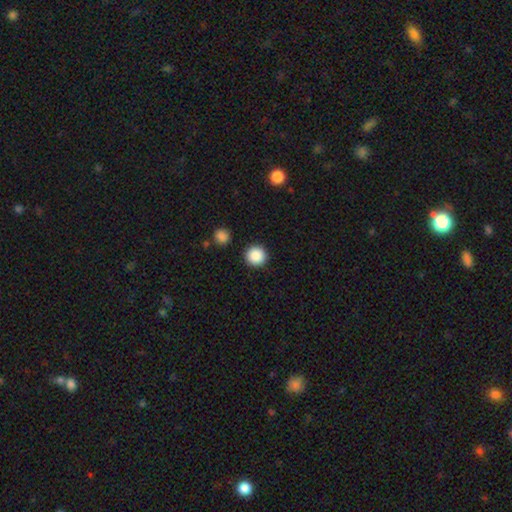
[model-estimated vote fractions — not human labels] Smooth or featured: smooth — 88% (star or artifact — 9%)
How rounded: round — 95% (in between — 4%)
Merging: none — 91% (minor disturbance — 5%)